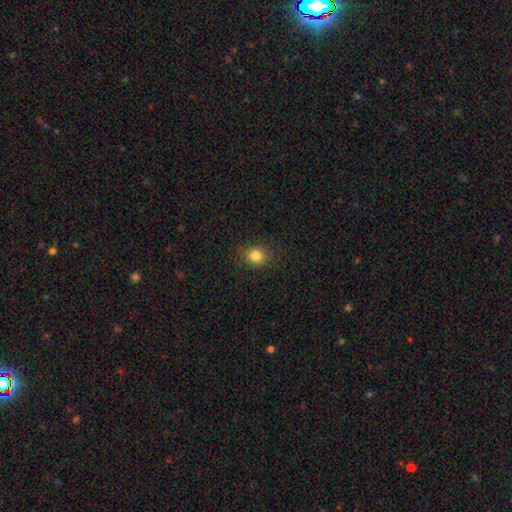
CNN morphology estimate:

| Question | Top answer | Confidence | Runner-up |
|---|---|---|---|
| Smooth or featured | smooth | 82% | star or artifact (12%) |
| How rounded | round | 67% | in between (32%) |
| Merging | none | 86% | minor disturbance (10%) |